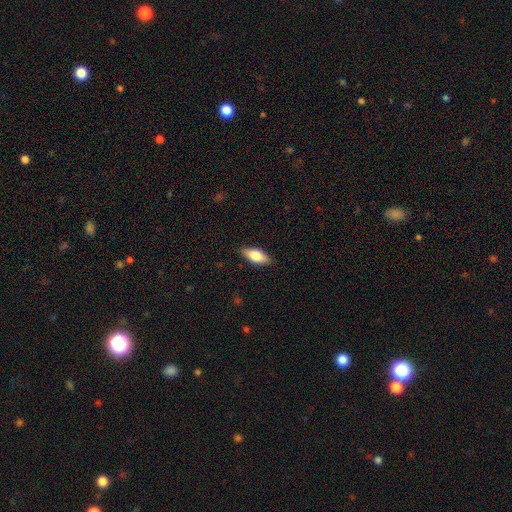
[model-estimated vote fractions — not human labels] Smooth or featured? smooth (77%)
How rounded? in between (83%)
Merging? none (86%)